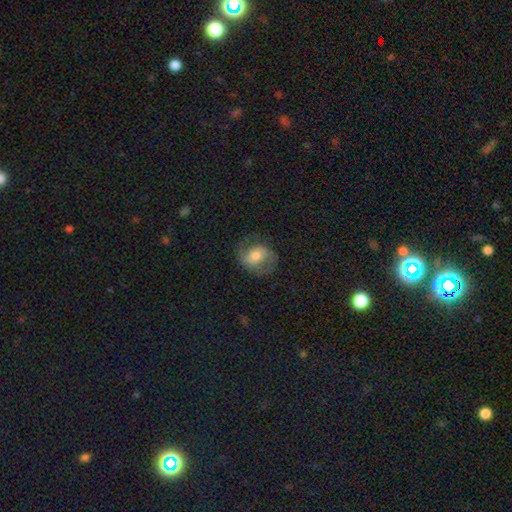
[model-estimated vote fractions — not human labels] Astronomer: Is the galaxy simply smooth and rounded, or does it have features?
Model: featured or disk — 61%.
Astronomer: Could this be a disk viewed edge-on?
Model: no — 97%.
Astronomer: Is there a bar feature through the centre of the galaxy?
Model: no — 45% (runner-up: weak, 38%).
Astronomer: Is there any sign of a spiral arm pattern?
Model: yes — 86%.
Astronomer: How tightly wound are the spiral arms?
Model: medium — 49% (runner-up: loose, 31%).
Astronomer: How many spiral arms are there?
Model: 2 — 87%.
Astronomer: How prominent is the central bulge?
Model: moderate — 62%.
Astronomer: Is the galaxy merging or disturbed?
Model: none — 72%.